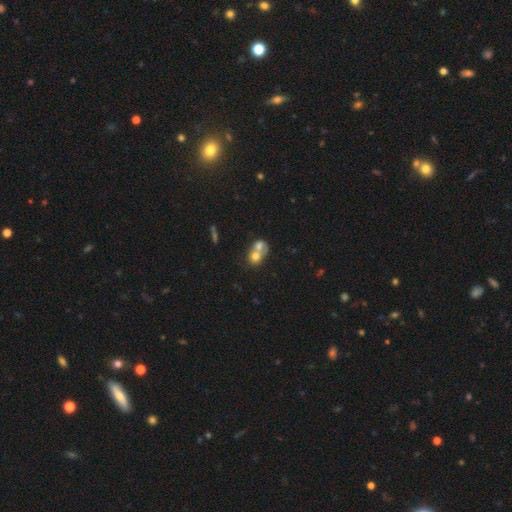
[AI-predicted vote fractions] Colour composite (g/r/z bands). It shows a smooth galaxy with no disk features (65%) that is round (56%). Merging: merger (74%).